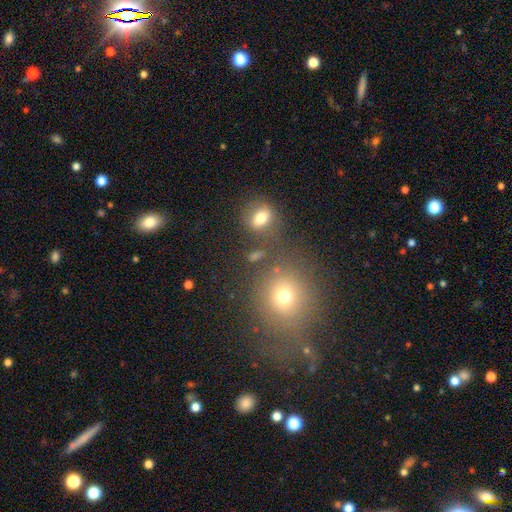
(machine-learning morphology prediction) smooth_or_featured: smooth (p=0.66) [alt: star or artifact p=0.22]
how_rounded: round (p=0.62) [alt: in between p=0.36]
merging: none (p=0.65) [alt: merger p=0.17]